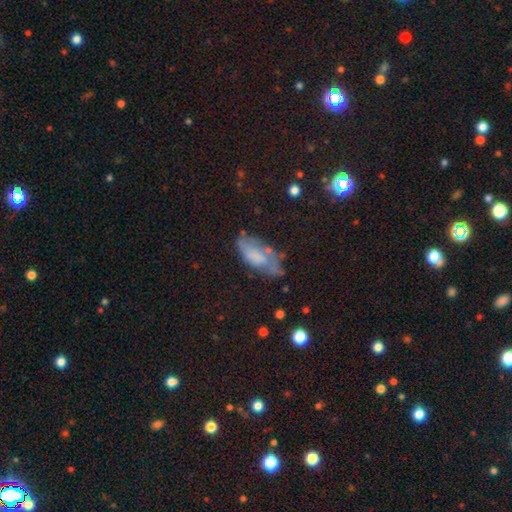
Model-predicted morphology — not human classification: A smooth galaxy with no disk features (49%).

Vote fractions:
- Smooth or featured? smooth: 49% / featured or disk: 36% / star or artifact: 15%
- Merging? none: 51% / minor disturbance: 30% / major disturbance: 15% / merger: 4%